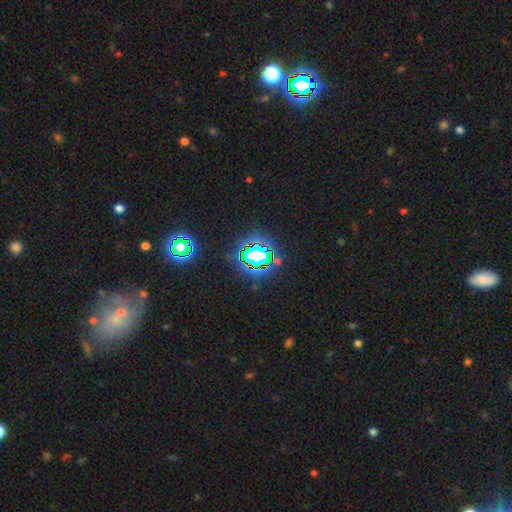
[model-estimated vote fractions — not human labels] star or artifact 70%, smooth 18%, featured or disk 12%.